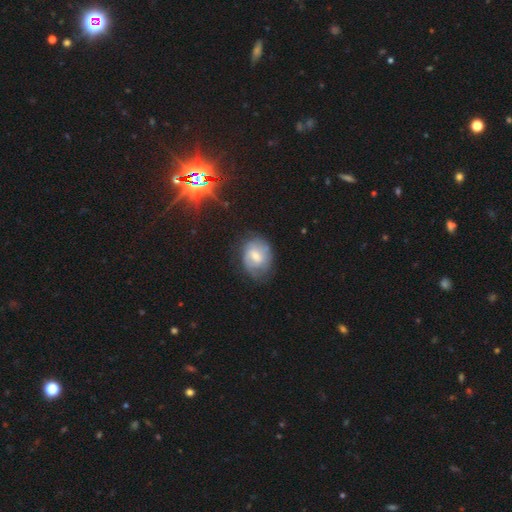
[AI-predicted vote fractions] Smooth or featured? featured or disk (54%)
Edge-on disk? no (96%)
Bar? weak (52%)
Spiral arms? yes (74%)
Bulge size? moderate (47%)
Merging? none (63%)